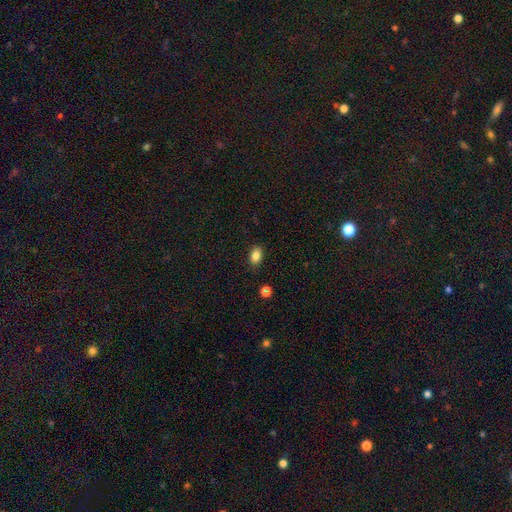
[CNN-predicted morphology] This is clearly a smooth galaxy (85%). How rounded: clearly in between (85%). Merging: clearly none (87%).